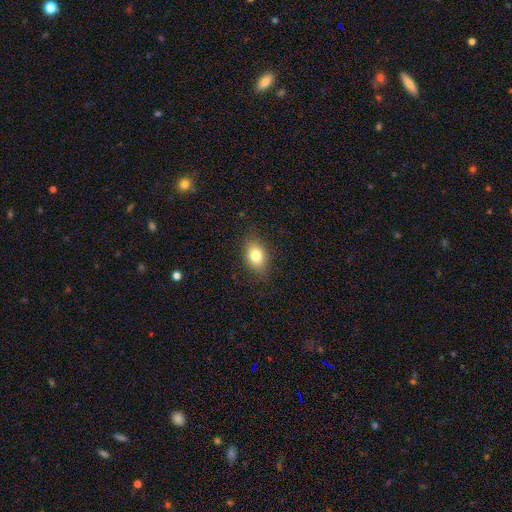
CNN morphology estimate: A smooth galaxy with no disk features (81%) that is in between round and cigar-shaped (81%).

Vote fractions:
- Smooth or featured? smooth: 81% / featured or disk: 10% / star or artifact: 9%
- How rounded? in between: 81% / round: 17% / cigar-shaped: 2%
- Merging? none: 84% / minor disturbance: 12% / major disturbance: 3% / merger: 1%